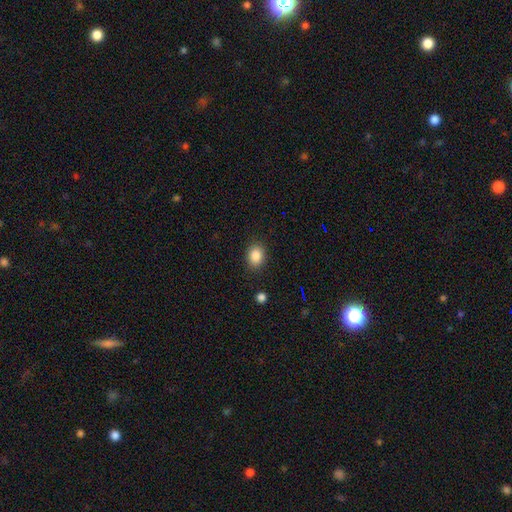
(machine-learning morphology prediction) Smooth or featured? Predicted: smooth (p=0.86). How rounded? Predicted: in between (p=0.59). Merging? Predicted: none (p=0.86).